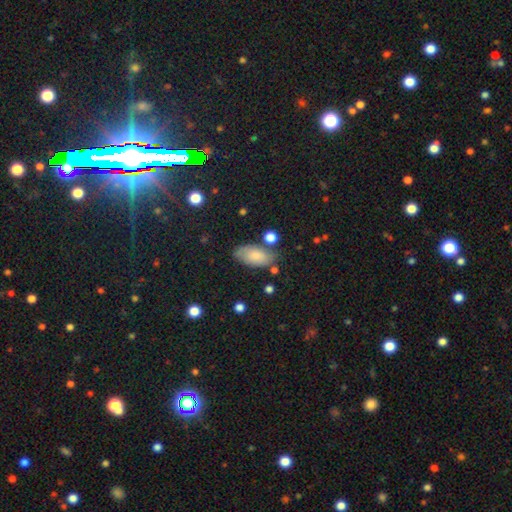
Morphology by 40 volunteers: smooth-or-featured: smooth: 85% | featured or disk: 8% | star or artifact: 8%
  how-rounded: in between: 94% | cigar-shaped: 6% | round: 0%
  merging: none: 78% | minor disturbance: 8% | merger: 8% | major disturbance: 5%